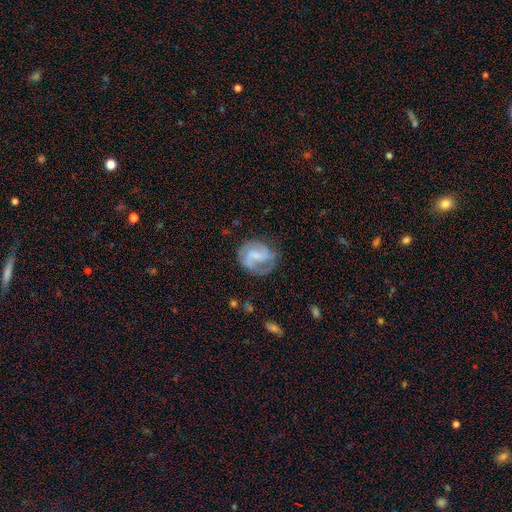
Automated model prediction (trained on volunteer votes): This appears to be a featured or disk galaxy (71%) with a weak bar (50%), 2 (69%) medium (47%) spiral arms (90%) and a small central bulge (35%). Merging: none (64%).